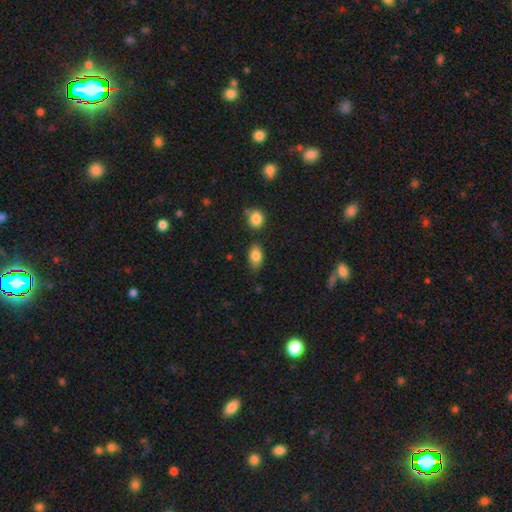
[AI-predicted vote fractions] A smooth galaxy with no disk features (83%) that is in between round and cigar-shaped (85%).

Vote fractions:
- Smooth or featured? smooth: 83% / featured or disk: 9% / star or artifact: 8%
- How rounded? in between: 85% / round: 12% / cigar-shaped: 3%
- Merging? none: 71% / minor disturbance: 19% / merger: 6% / major disturbance: 4%